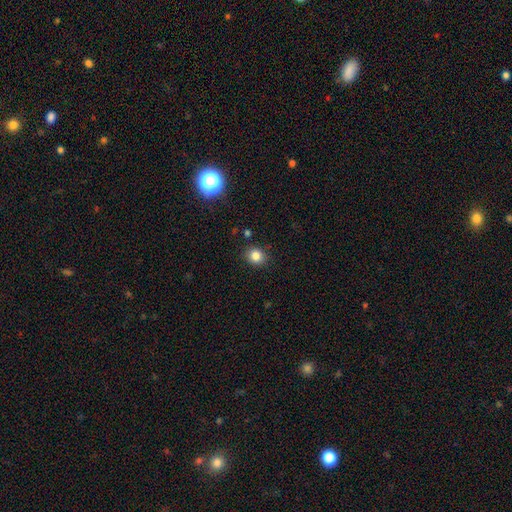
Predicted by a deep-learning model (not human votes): Smooth or featured?
  - smooth: 82% *
  - star or artifact: 12%
  - featured or disk: 6%
How rounded?
  - round: 73% *
  - in between: 26%
  - cigar-shaped: 1%
Merging?
  - none: 87% *
  - minor disturbance: 9%
  - major disturbance: 2%
  - merger: 2%